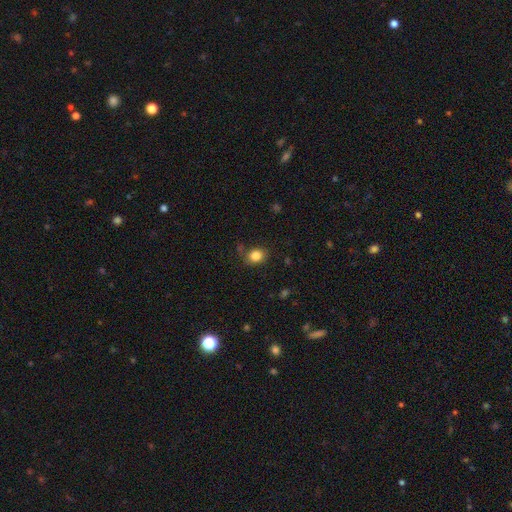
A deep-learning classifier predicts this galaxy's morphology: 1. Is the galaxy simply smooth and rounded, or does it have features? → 84% smooth, 11% star or artifact, 6% featured or disk.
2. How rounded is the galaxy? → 59% round, 40% in between, 1% cigar-shaped.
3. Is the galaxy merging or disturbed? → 78% none, 15% minor disturbance, 4% major disturbance, 3% merger.